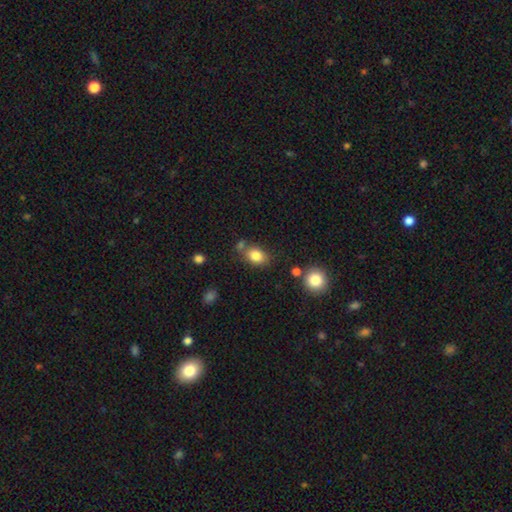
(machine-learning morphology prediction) smooth 82%, star or artifact 10%, featured or disk 8%. Down the decision tree: how rounded — in between (71%); merging — none (65%).